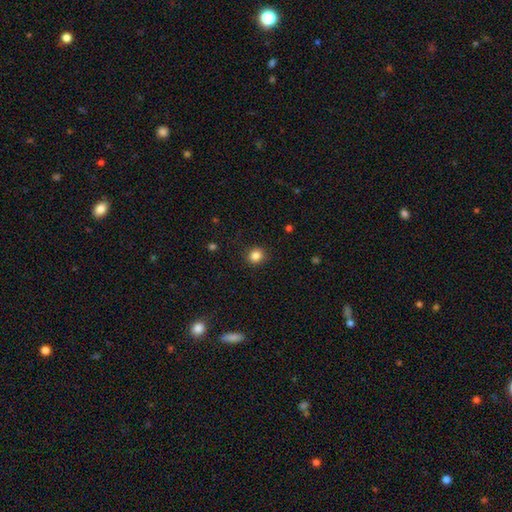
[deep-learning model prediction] Smooth or featured?
  - smooth: 85% *
  - star or artifact: 11%
  - featured or disk: 4%
How rounded?
  - round: 82% *
  - in between: 17%
  - cigar-shaped: 1%
Merging?
  - none: 88% *
  - minor disturbance: 8%
  - major disturbance: 3%
  - merger: 1%